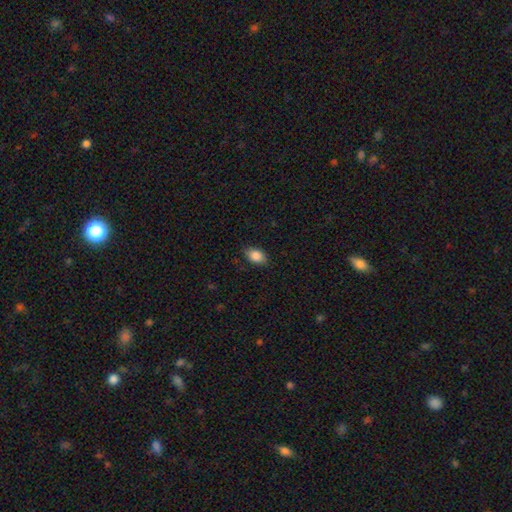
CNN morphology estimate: Smooth or featured? Predicted: smooth (p=0.87). How rounded? Predicted: in between (p=0.85). Merging? Predicted: none (p=0.84).